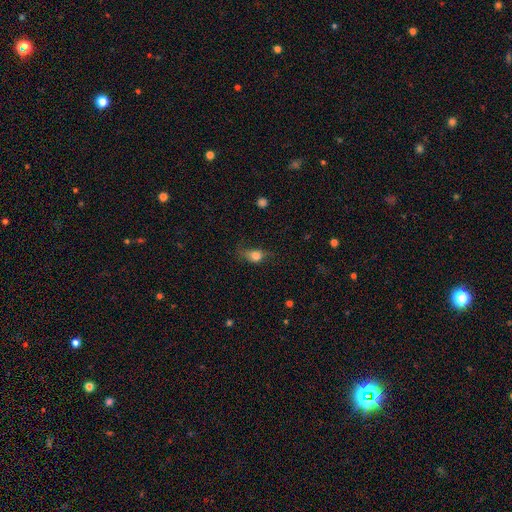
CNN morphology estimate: A smooth galaxy with no disk features (71%) that is in between round and cigar-shaped (63%).

Vote fractions:
- Smooth or featured? smooth: 71% / featured or disk: 18% / star or artifact: 11%
- How rounded? in between: 63% / round: 32% / cigar-shaped: 5%
- Merging? none: 49% / minor disturbance: 29% / major disturbance: 20% / merger: 2%